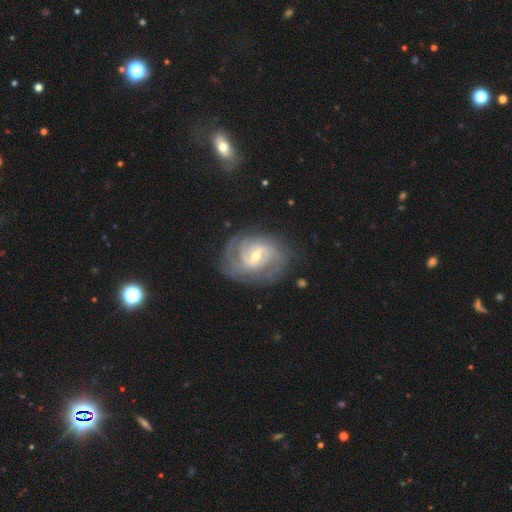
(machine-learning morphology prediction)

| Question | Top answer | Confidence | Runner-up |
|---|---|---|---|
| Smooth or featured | featured or disk | 89% | smooth (6%) |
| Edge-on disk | no | 97% | yes (3%) |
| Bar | weak | 52% | no (24%) |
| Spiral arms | yes | 97% | no (3%) |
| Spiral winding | tight | 68% | medium (27%) |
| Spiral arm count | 2 | 30% | 3 (24%) |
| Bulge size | moderate | 56% | small (39%) |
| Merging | none | 75% | minor disturbance (17%) |